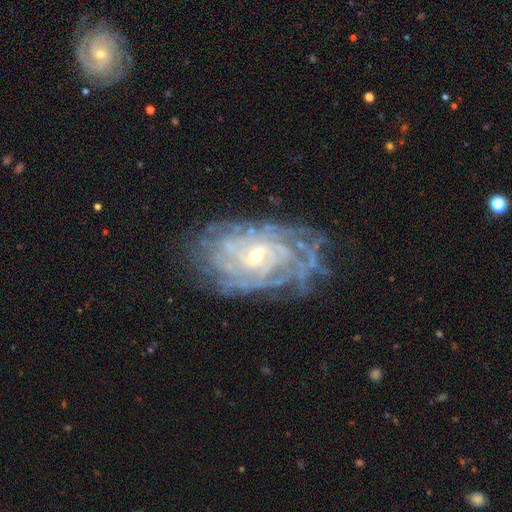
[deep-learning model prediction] This appears to be a featured or disk galaxy (87%) with no bar (51%), tight (78%) spiral arms (95%) and a small central bulge (61%). Merging: none (72%).